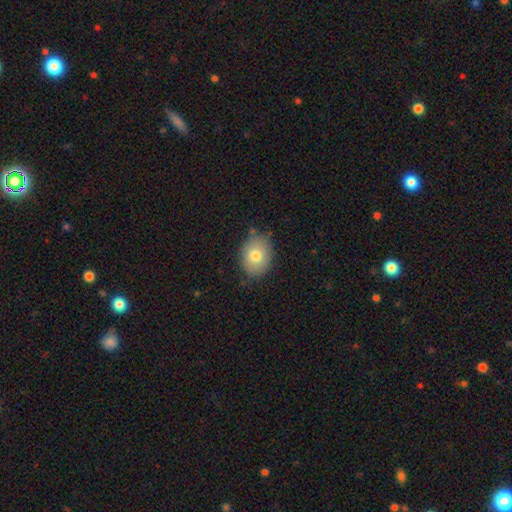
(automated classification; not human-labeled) This is likely a smooth galaxy (77%). How rounded: possibly in between (60%). Merging: clearly none (81%).